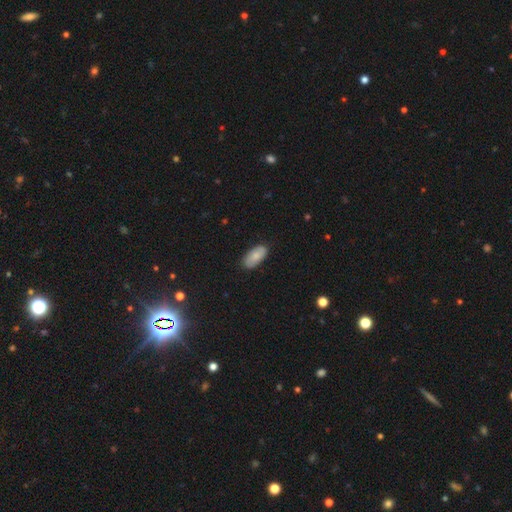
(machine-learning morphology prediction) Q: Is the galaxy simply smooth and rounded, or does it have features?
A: smooth — 81%.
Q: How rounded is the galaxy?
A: in between — 93%.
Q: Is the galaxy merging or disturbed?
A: none — 85%.